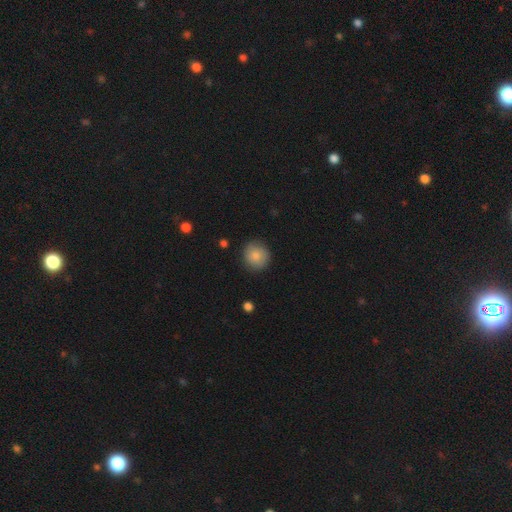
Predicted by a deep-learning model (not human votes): This is clearly a smooth galaxy (81%). How rounded: clearly round (90%). Merging: clearly none (86%).